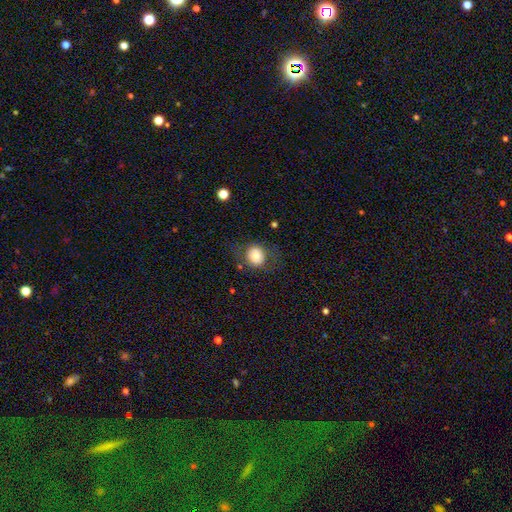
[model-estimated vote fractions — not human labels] The model was most divided on "how rounded": round: 74%, in between: 25%, cigar-shaped: 1%. More confident: merging — none (73%); smooth or featured — smooth (72%).